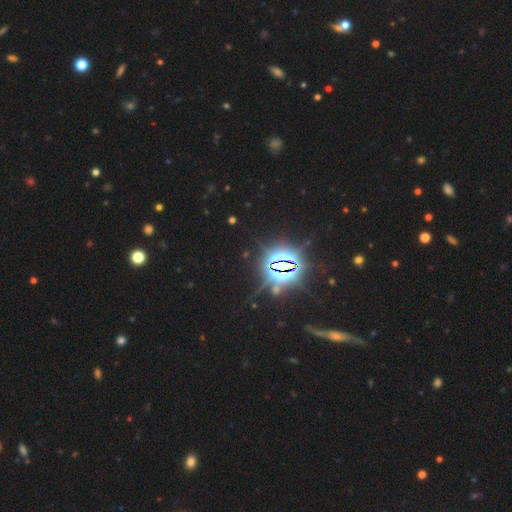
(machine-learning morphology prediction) Overall: star or artifact (82%).